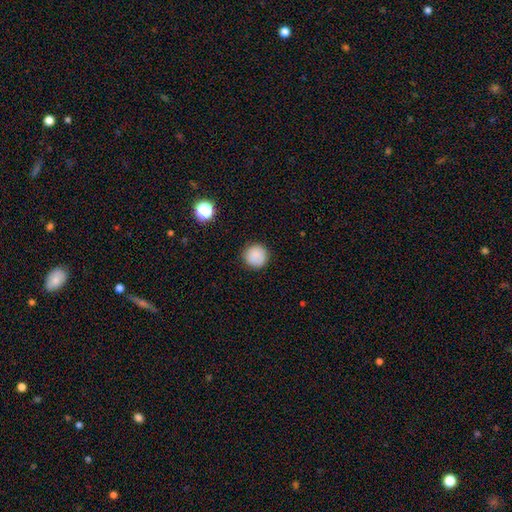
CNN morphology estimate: smooth_or_featured: smooth (p=0.85) [alt: star or artifact p=0.09]
how_rounded: round (p=0.95) [alt: in between p=0.04]
merging: none (p=0.88) [alt: minor disturbance p=0.08]